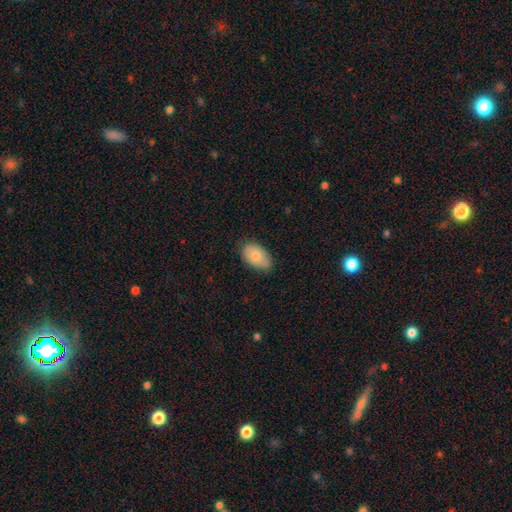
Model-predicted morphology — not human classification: Smooth or featured: smooth — 79% (featured or disk — 14%)
How rounded: in between — 93% (round — 6%)
Merging: none — 77% (minor disturbance — 19%)